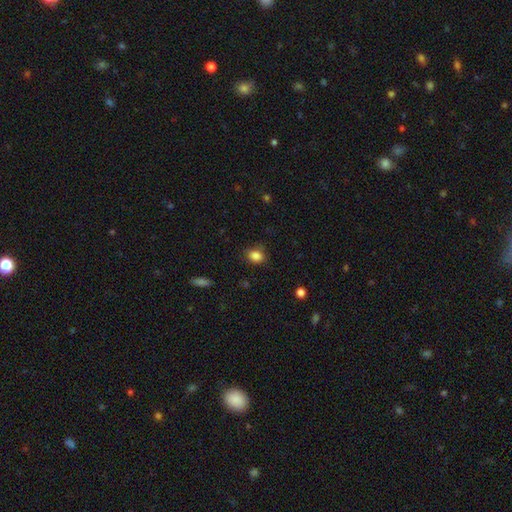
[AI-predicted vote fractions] The model was most divided on "how rounded": in between: 52%, round: 47%, cigar-shaped: 1%. More confident: smooth or featured — smooth (85%); merging — none (77%).